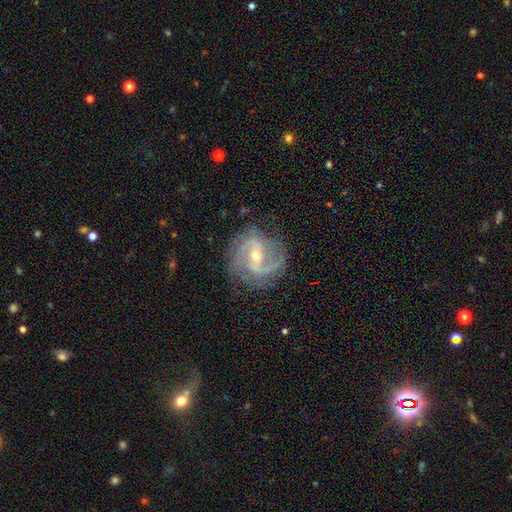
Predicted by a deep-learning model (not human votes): The model was most divided on "bulge size": small: 53%, moderate: 45%, large: 1%, none: 1%, dominant: 1%. Remaining: edge-on disk — no (98%); spiral arms — yes (98%); smooth or featured — featured or disk (90%); merging — none (76%); spiral arm count — 2 (73%); spiral winding — medium (53%); bar — weak (44%).